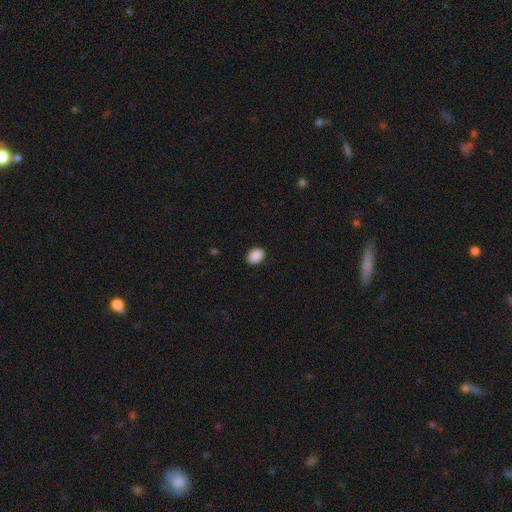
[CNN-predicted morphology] A smooth galaxy with no disk features (90%) that is in between round and cigar-shaped (65%). Merging: none (89%).